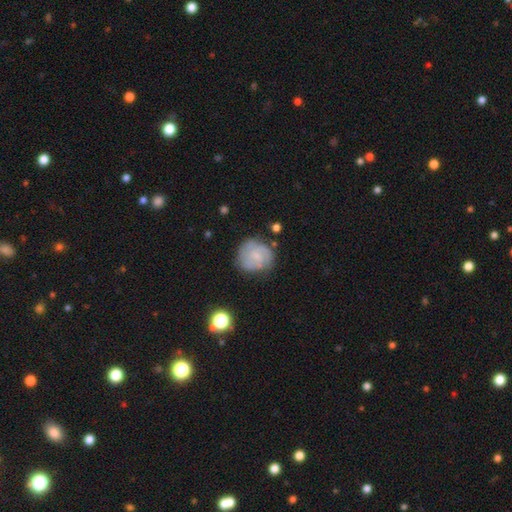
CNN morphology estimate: The model was most divided on "smooth or featured": featured or disk: 58%, smooth: 34%, star or artifact: 8%. More confident: edge-on disk — no (98%); spiral arms — yes (84%); merging — none (68%); bar — no (66%); bulge size — small (62%).